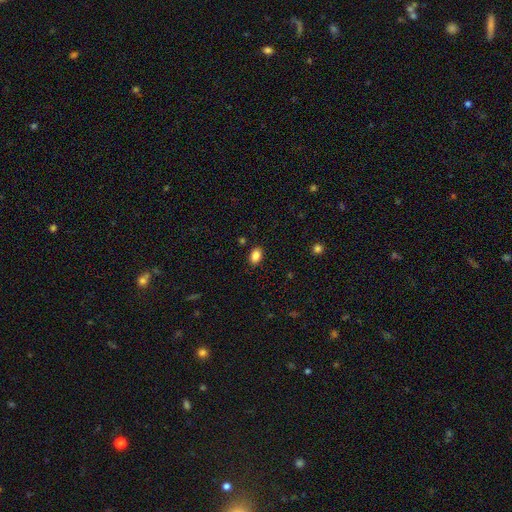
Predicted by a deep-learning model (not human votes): Smooth or featured: smooth — 86% (star or artifact — 9%)
How rounded: in between — 83% (round — 16%)
Merging: none — 88% (minor disturbance — 8%)